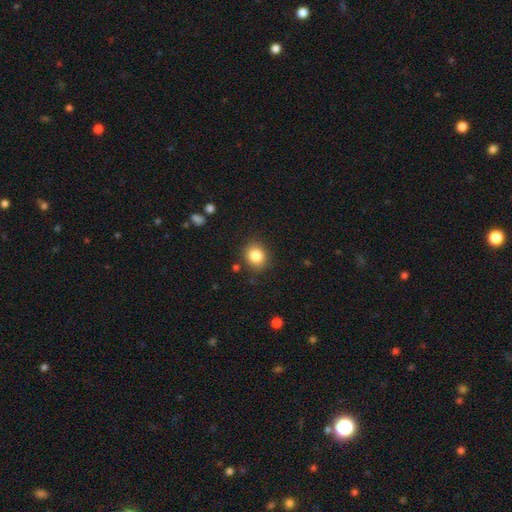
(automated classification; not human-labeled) smooth 84%, star or artifact 10%, featured or disk 6%. Down the decision tree: how rounded — round (73%); merging — none (87%).